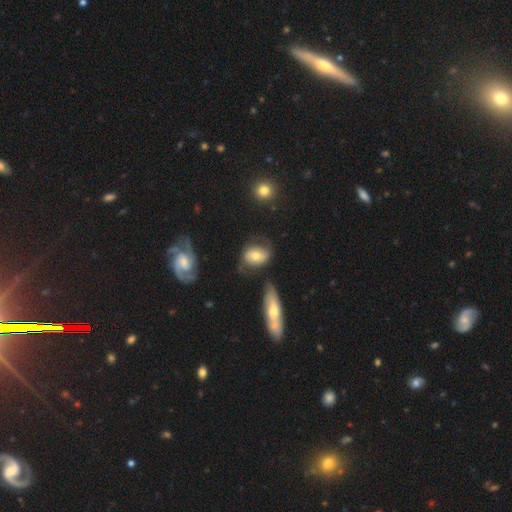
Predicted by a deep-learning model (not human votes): Smooth or featured? smooth (57%)
How rounded? in between (62%)
Merging? none (60%)